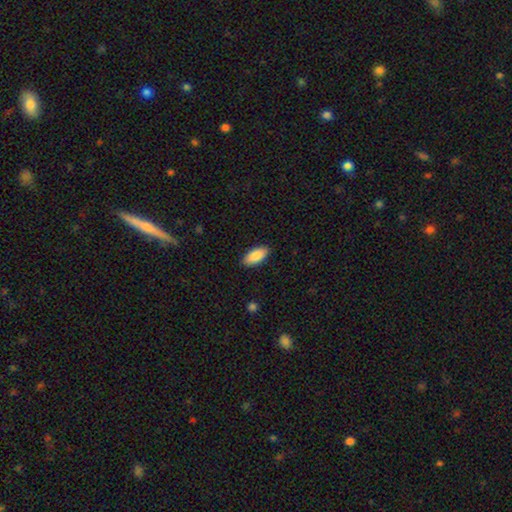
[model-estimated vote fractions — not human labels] The model was most divided on "merging": none: 89%, minor disturbance: 8%, major disturbance: 2%, merger: 1%. More confident: how rounded — in between (90%); smooth or featured — smooth (89%).